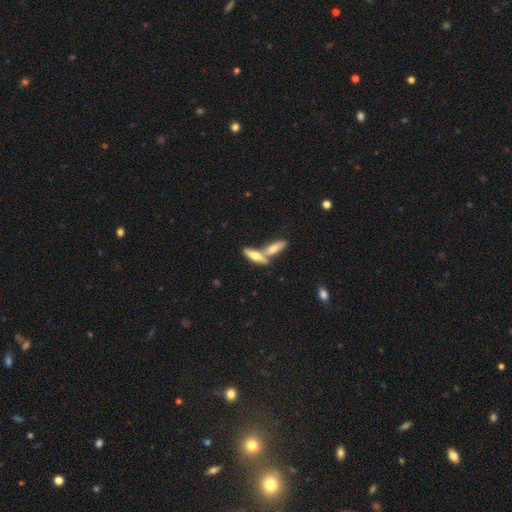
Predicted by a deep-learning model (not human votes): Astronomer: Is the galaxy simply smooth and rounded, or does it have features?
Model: smooth — 58% (runner-up: featured or disk, 35%).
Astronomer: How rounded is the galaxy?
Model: cigar-shaped — 56% (runner-up: in between, 42%).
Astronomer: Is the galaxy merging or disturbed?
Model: merger — 50% (runner-up: none, 39%).